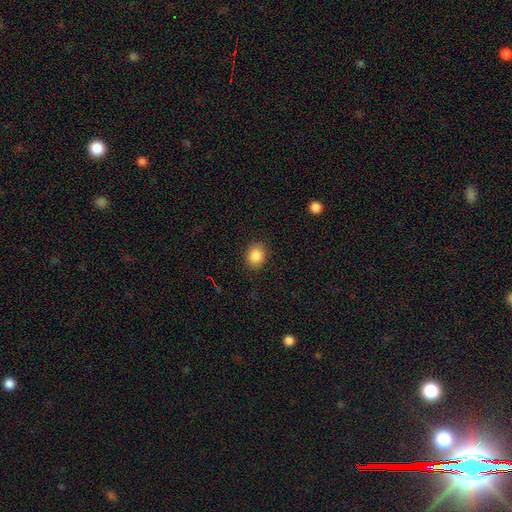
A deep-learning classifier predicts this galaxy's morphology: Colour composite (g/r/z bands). It shows a smooth galaxy with no disk features (87%) that is round (63%). Merging: none (88%).